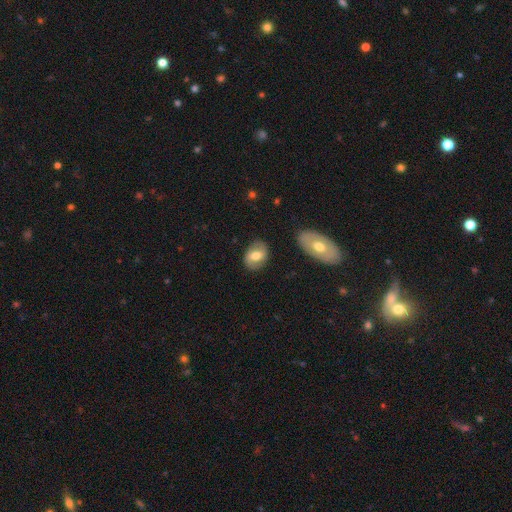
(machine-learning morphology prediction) Smooth or featured? smooth (59%)
How rounded? in between (70%)
Merging? none (82%)